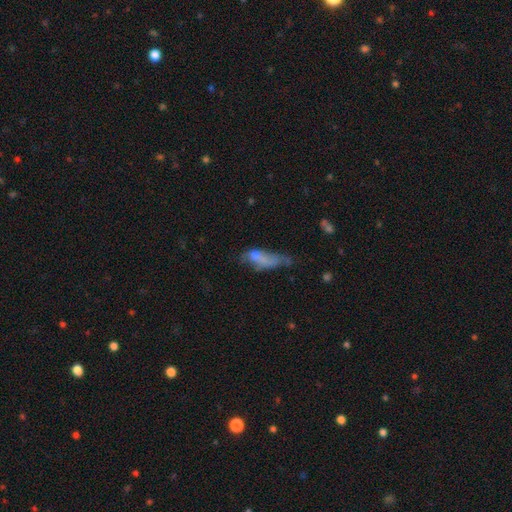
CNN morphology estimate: smooth 58%, featured or disk 31%, star or artifact 11%. Down the decision tree: how rounded — in between (67%); merging — major disturbance (36%).